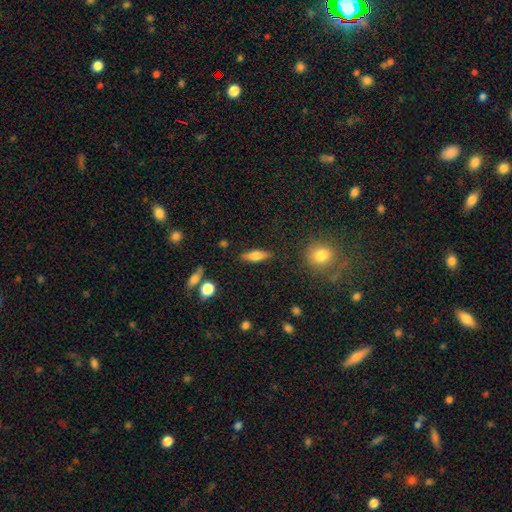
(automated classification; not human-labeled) Morphology: type=smooth (62%); roundness=in between (53%); merging=none (85%).